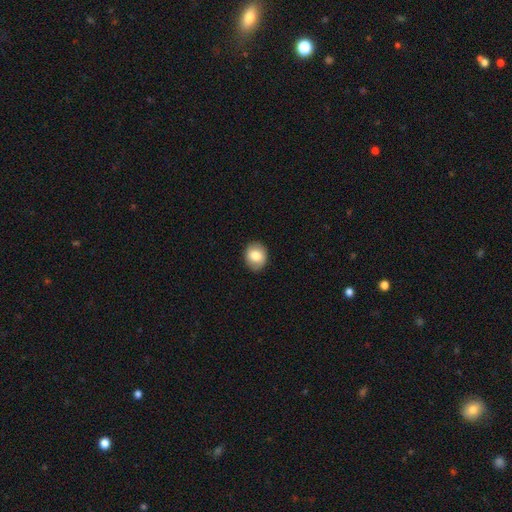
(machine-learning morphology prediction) A smooth galaxy with no disk features (81%) that is round (52%).

Vote fractions:
- Smooth or featured? smooth: 81% / featured or disk: 12% / star or artifact: 8%
- How rounded? round: 52% / in between: 47% / cigar-shaped: 1%
- Merging? none: 87% / minor disturbance: 10% / major disturbance: 2% / merger: 1%